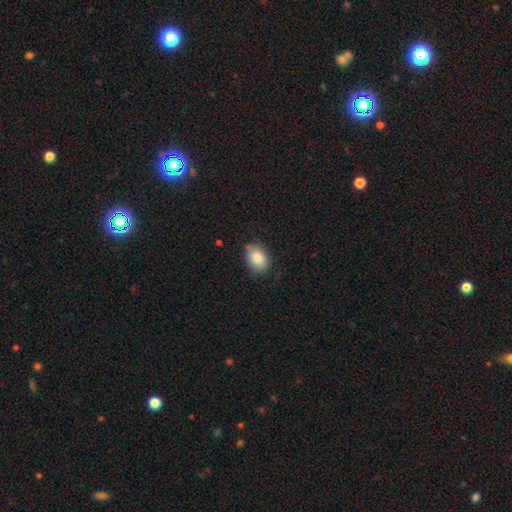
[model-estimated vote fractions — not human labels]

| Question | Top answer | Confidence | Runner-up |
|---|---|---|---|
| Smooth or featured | smooth | 85% | star or artifact (8%) |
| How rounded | in between | 71% | round (28%) |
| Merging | none | 78% | minor disturbance (17%) |